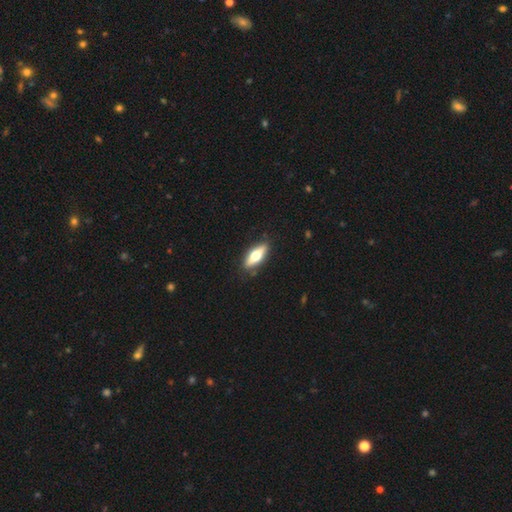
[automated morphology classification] The model was most divided on "smooth or featured": featured or disk: 48%, smooth: 46%, star or artifact: 6%. More confident: merging — none (87%).